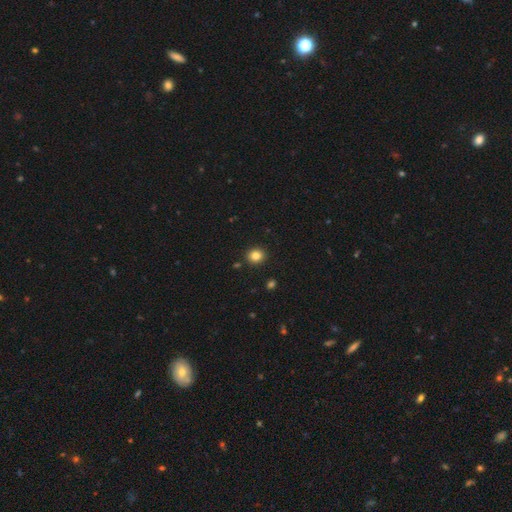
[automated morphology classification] smooth-or-featured: smooth: 84% | star or artifact: 11% | featured or disk: 5%
  how-rounded: round: 81% | in between: 18% | cigar-shaped: 1%
  merging: none: 90% | minor disturbance: 6% | merger: 2% | major disturbance: 2%